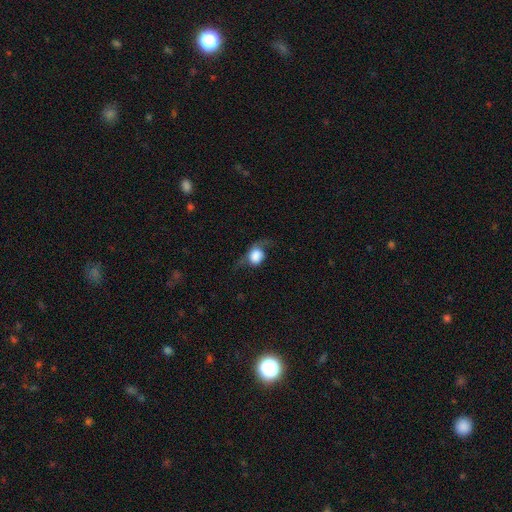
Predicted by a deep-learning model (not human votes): A smooth galaxy with no disk features (60%) that is round (63%).

Vote fractions:
- Smooth or featured? smooth: 60% / featured or disk: 31% / star or artifact: 9%
- How rounded? round: 63% / in between: 35% / cigar-shaped: 2%
- Merging? none: 37% / major disturbance: 33% / minor disturbance: 27% / merger: 3%